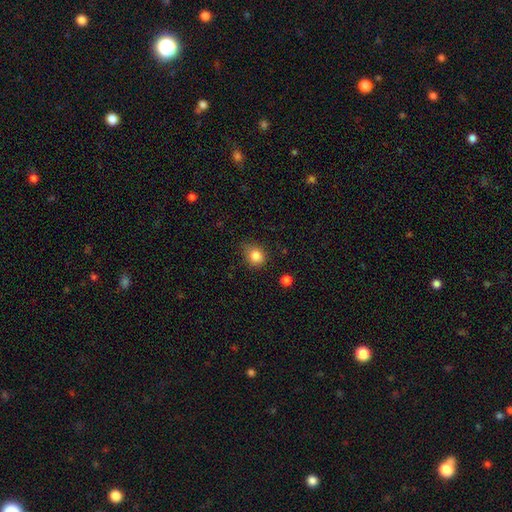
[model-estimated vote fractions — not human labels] This appears to be a smooth galaxy with no disk features (83%) that is round (71%). Merging: none (75%).